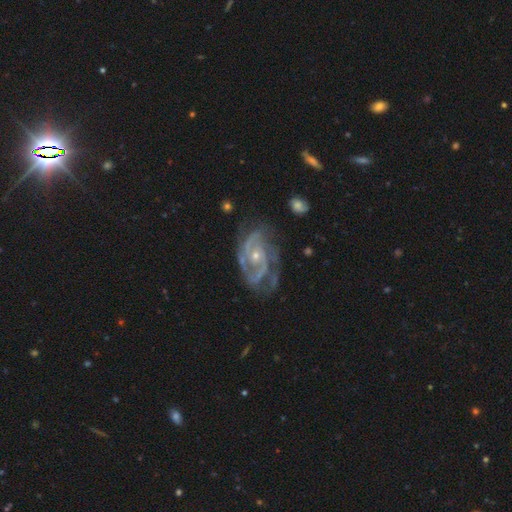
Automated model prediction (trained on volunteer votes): This is clearly a featured or disk galaxy (90%). It is clearly not viewed edge-on (97%). Bar: likely no (67%). Spiral arm pattern: clearly yes (96%). Spiral arm count: possibly 2 (52%). Spiral winding: possibly tight (46%). Central bulge: likely small (65%). Merging: possibly none (59%).